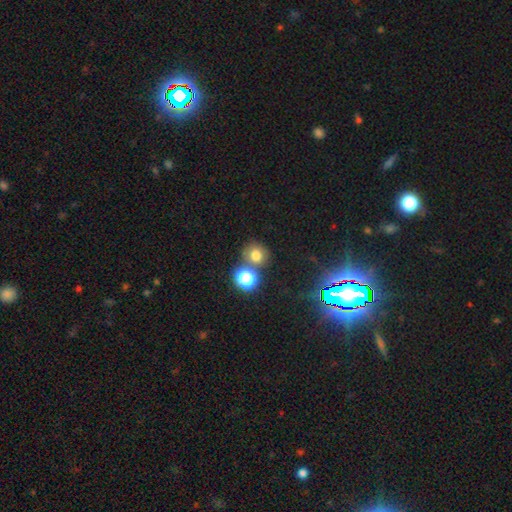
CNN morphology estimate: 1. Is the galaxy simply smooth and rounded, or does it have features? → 72% smooth, 20% star or artifact, 8% featured or disk.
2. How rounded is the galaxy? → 85% round, 14% in between, 1% cigar-shaped.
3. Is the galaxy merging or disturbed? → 68% none, 19% merger, 9% minor disturbance, 4% major disturbance.